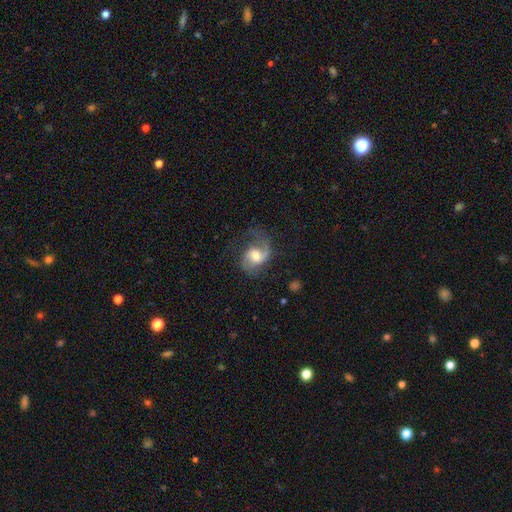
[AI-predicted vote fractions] This is likely a featured or disk galaxy (79%). It is clearly not viewed edge-on (97%). Bar: possibly weak (46%). Spiral arm pattern: clearly yes (95%). Spiral arm count: clearly 2 (81%). Spiral winding: possibly loose (46%). Central bulge: likely moderate (60%). Merging: possibly none (58%).